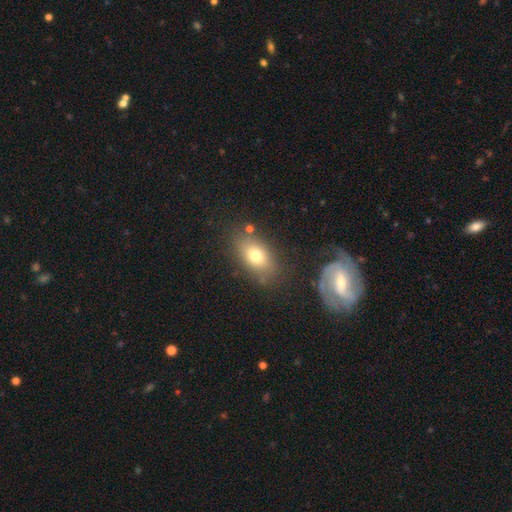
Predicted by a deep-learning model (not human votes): smooth 74%, featured or disk 16%, star or artifact 10%. Down the decision tree: how rounded — in between (83%); merging — none (78%).